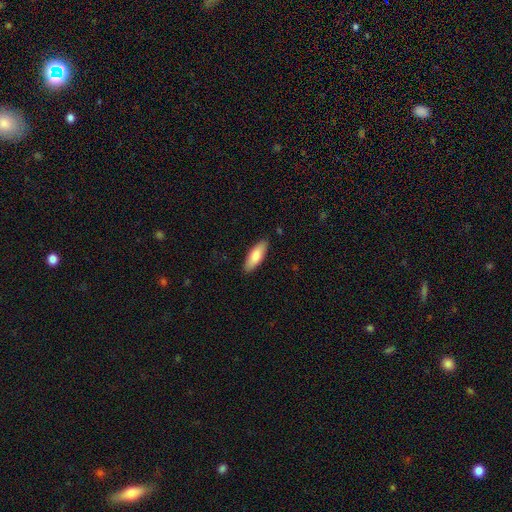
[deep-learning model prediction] Smooth or featured: smooth — 80% (featured or disk — 14%)
How rounded: in between — 65% (cigar-shaped — 33%)
Merging: none — 88% (minor disturbance — 9%)